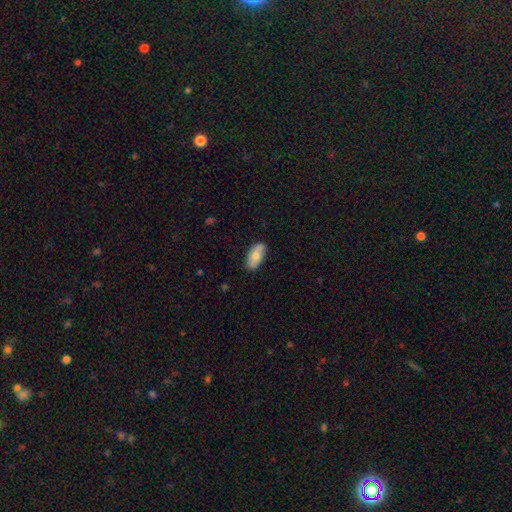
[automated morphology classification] type=smooth (67%); roundness=in between (91%); merging=none (82%).